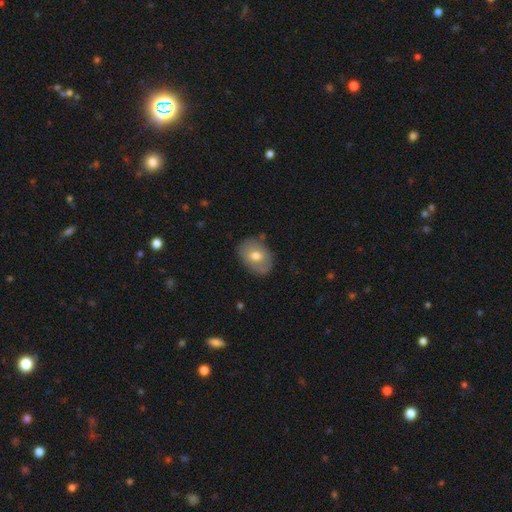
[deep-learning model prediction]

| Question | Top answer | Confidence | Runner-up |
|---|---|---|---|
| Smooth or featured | smooth | 67% | featured or disk (26%) |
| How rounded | in between | 70% | round (29%) |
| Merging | none | 75% | minor disturbance (19%) |